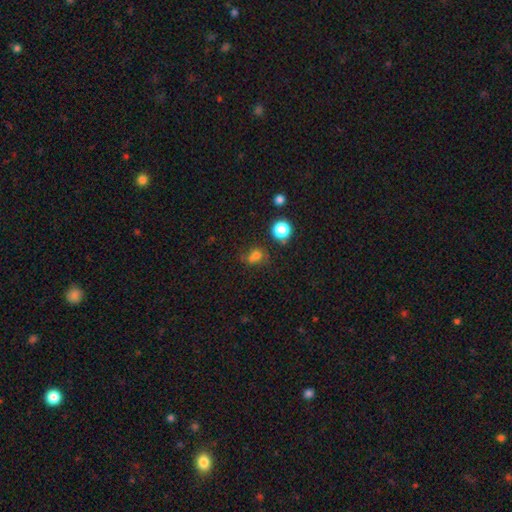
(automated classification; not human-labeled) Smooth or featured: smooth — 68% (star or artifact — 21%)
How rounded: round — 61% (in between — 38%)
Merging: none — 49% (merger — 22%)